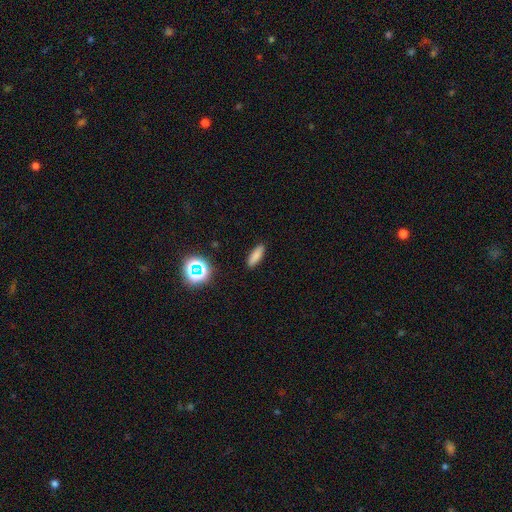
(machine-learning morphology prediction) smooth_or_featured: smooth (p=0.80) [alt: star or artifact p=0.12]
how_rounded: in between (p=0.50) [alt: cigar-shaped p=0.46]
merging: none (p=0.89) [alt: minor disturbance p=0.07]